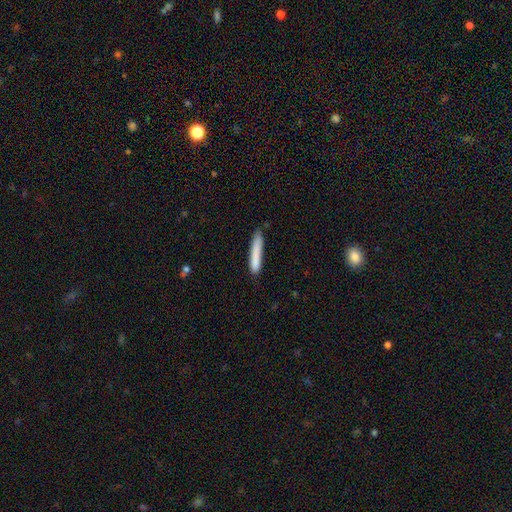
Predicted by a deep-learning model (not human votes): smooth_or_featured: smooth (p=0.82) [alt: featured or disk p=0.11]
how_rounded: cigar-shaped (p=0.93) [alt: in between p=0.05]
merging: none (p=0.79) [alt: minor disturbance p=0.16]